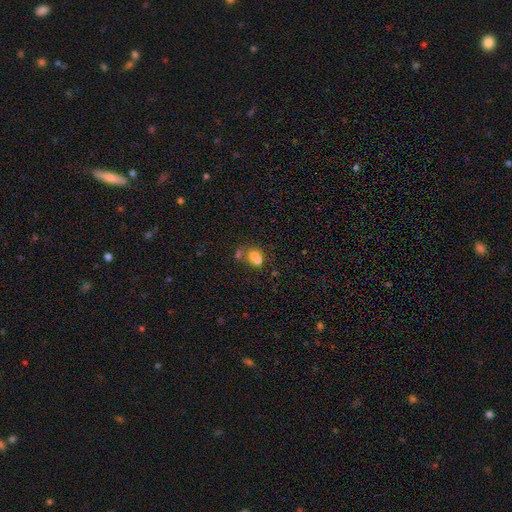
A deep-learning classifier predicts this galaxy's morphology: A smooth galaxy with no disk features (62%) that is round (53%). Merging: merger (60%).